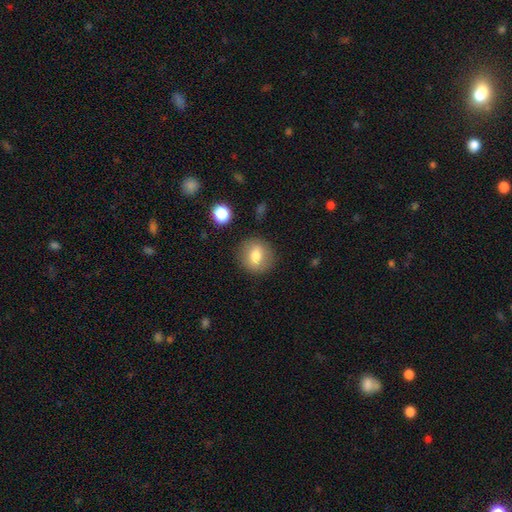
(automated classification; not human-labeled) A smooth galaxy with no disk features (72%) that is round (78%). Merging: none (86%).